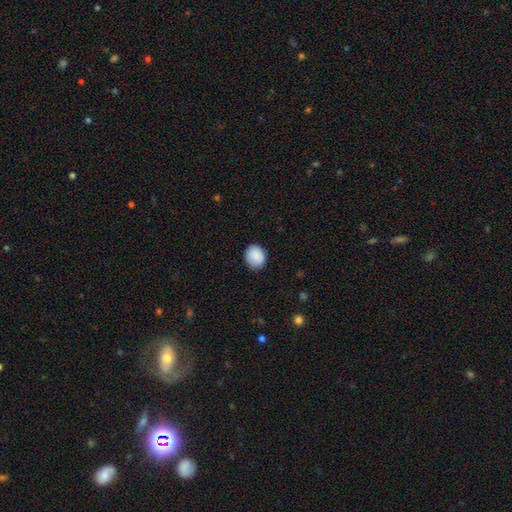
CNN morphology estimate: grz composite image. It shows a smooth galaxy with no disk features (89%) that is round (63%). Merging: none (86%).